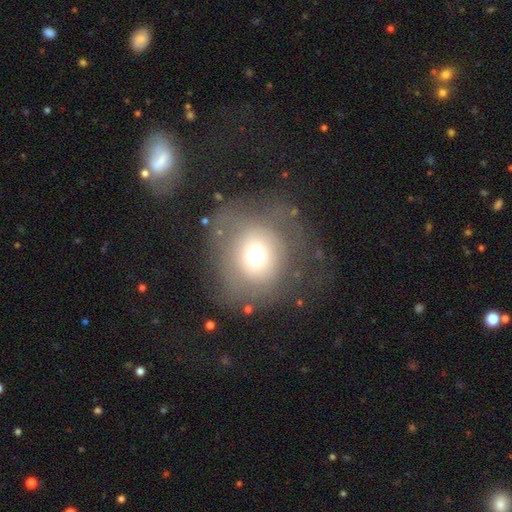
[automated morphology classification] This appears to be a smooth galaxy with no disk features (61%) that is round (82%). Merging: none (56%).